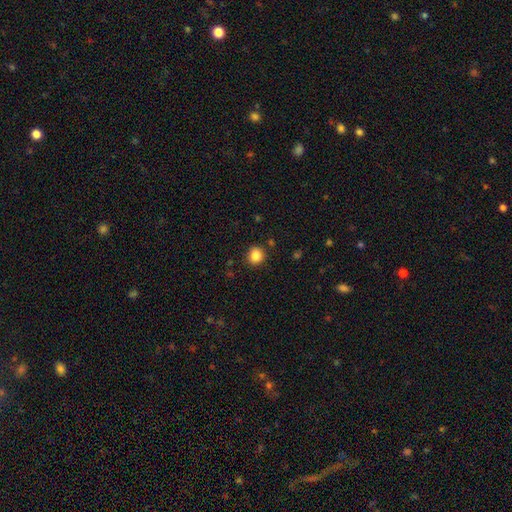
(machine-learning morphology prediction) The model was most divided on "how rounded": round: 85%, in between: 14%, cigar-shaped: 1%. More confident: merging — none (88%); smooth or featured — smooth (85%).